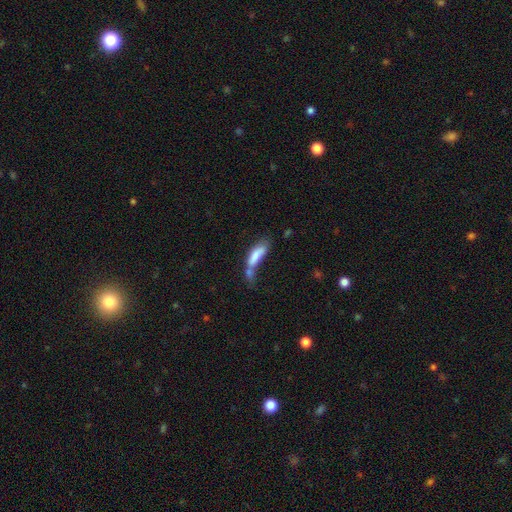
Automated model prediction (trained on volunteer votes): smooth_or_featured: smooth (p=0.71) [alt: featured or disk p=0.21]
how_rounded: cigar-shaped (p=0.49) [alt: in between p=0.48]
merging: merger (p=0.45) [alt: none p=0.21]